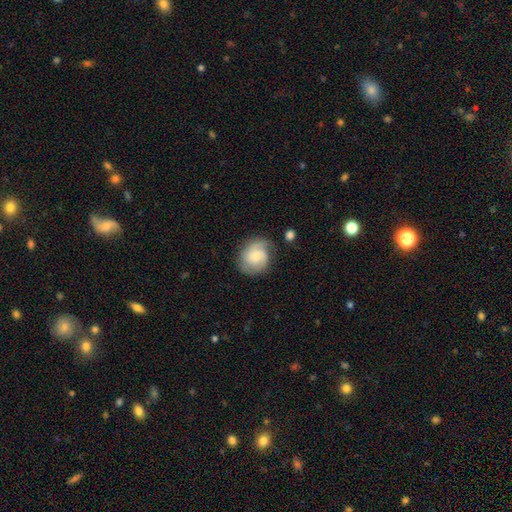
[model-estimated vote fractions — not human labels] Overall: featured or disk (67%). Edge-on disk: no (98%). Bar: no (63%; weak 33%). Spiral arms: yes (94%). Spiral arm count: 2 (55%; 3 17%). Spiral winding: tight (45%; medium 42%). Bulge size: small (56%; moderate 34%). Merging: none (71%).